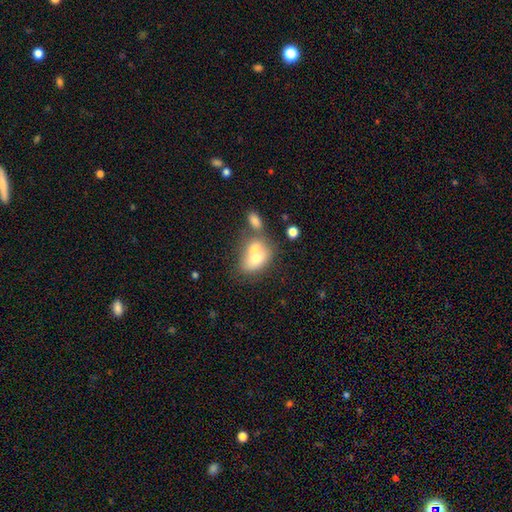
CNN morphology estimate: type=smooth (66%); roundness=in between (70%); merging=merger (63%).